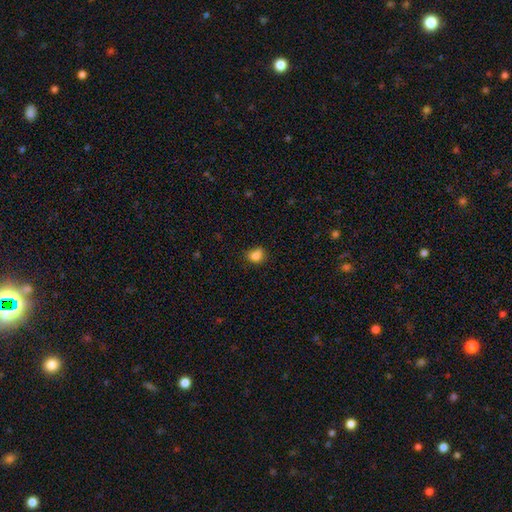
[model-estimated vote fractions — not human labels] Smooth or featured: smooth — 82% (star or artifact — 11%)
How rounded: round — 62% (in between — 37%)
Merging: none — 60% (minor disturbance — 23%)